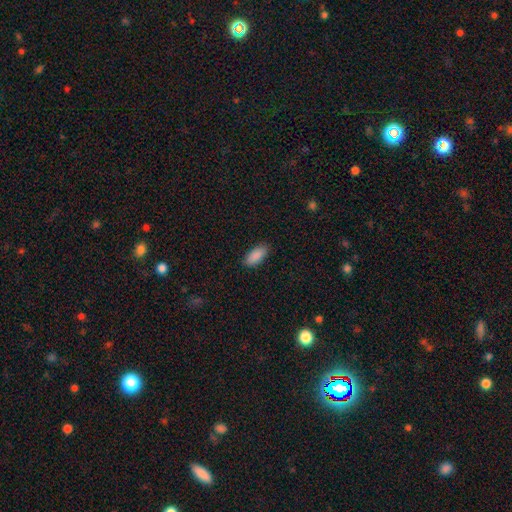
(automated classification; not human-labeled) Q: Smooth or featured?
A: smooth (90%); runner-up: star or artifact (7%)
Q: How rounded?
A: in between (88%); runner-up: cigar-shaped (10%)
Q: Merging?
A: none (87%); runner-up: minor disturbance (10%)